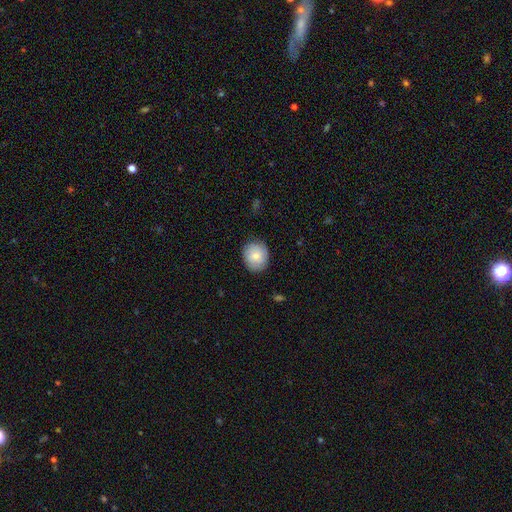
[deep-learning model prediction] Smooth or featured? smooth (78%)
How rounded? round (71%)
Merging? none (84%)